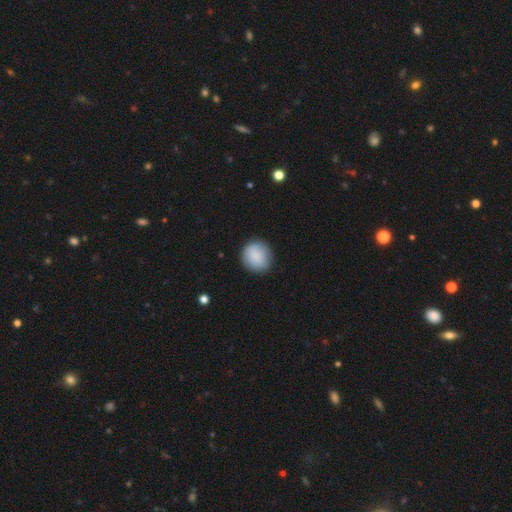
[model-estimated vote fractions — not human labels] smooth_or_featured: smooth (p=0.87) [alt: star or artifact p=0.07]
how_rounded: round (p=0.89) [alt: in between p=0.10]
merging: none (p=0.86) [alt: minor disturbance p=0.11]